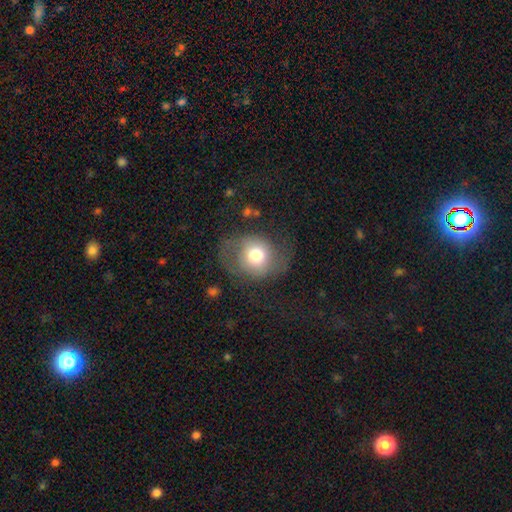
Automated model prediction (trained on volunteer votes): Smooth or featured? Predicted: smooth (p=0.63). How rounded? Predicted: round (p=0.65). Merging? Predicted: none (p=0.46).